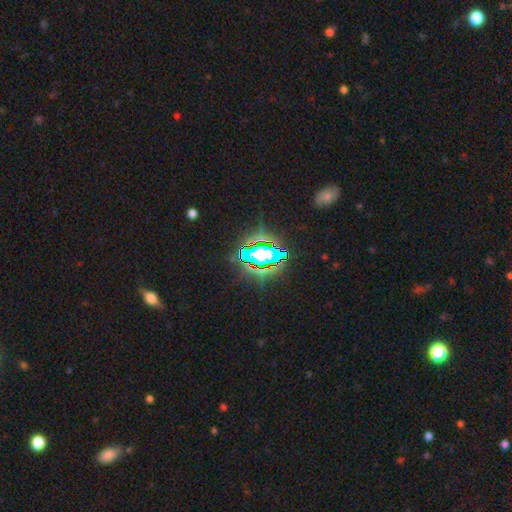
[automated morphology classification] Smooth or featured?
  - star or artifact: 79% *
  - smooth: 12%
  - featured or disk: 9%